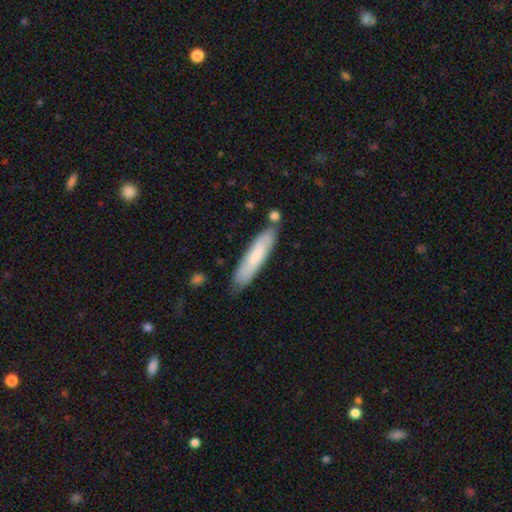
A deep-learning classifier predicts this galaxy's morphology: Smooth or featured? smooth (71%)
How rounded? cigar-shaped (81%)
Merging? none (76%)